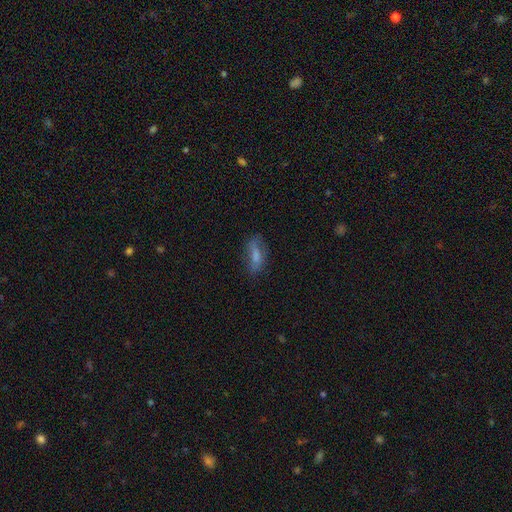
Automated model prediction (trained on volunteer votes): Smooth or featured: smooth — 69% (featured or disk — 22%)
How rounded: in between — 70% (cigar-shaped — 27%)
Merging: none — 62% (minor disturbance — 25%)